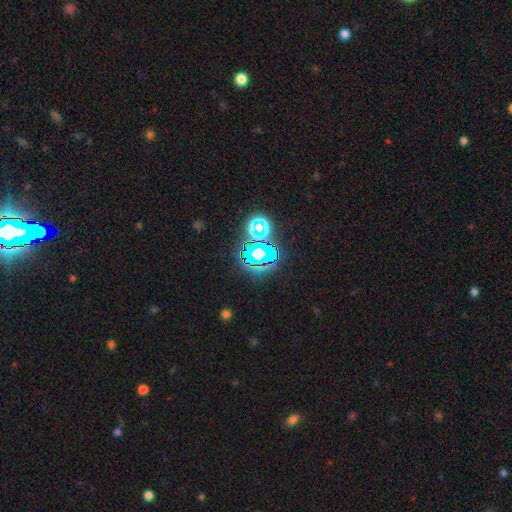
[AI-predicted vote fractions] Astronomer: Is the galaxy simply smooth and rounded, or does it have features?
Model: star or artifact — 74%.